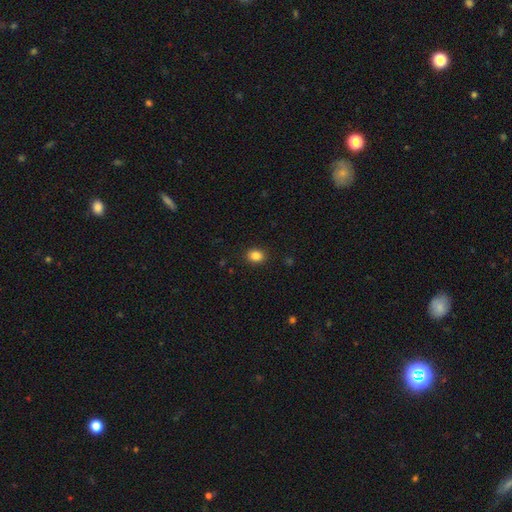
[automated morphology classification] This is clearly a smooth galaxy (85%). How rounded: possibly round (54%). Merging: clearly none (90%).